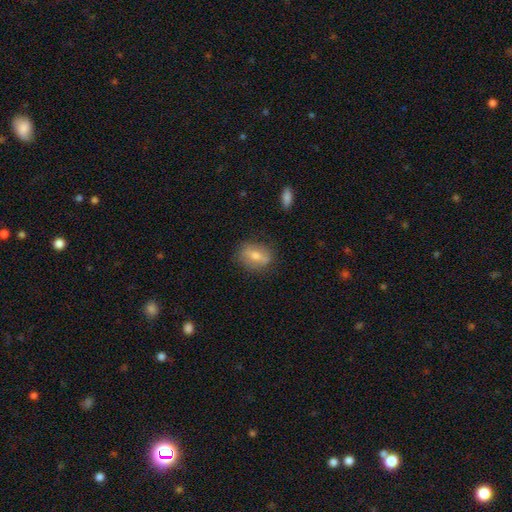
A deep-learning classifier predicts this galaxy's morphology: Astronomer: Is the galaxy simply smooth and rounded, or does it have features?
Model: smooth — 59%.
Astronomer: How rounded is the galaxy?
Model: in between — 71%.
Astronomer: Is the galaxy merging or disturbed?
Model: none — 77%.